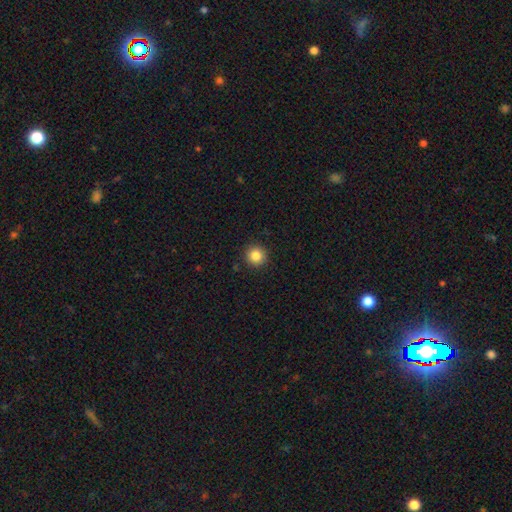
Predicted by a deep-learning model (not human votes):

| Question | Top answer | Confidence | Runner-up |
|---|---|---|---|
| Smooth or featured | smooth | 84% | star or artifact (11%) |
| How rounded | round | 95% | in between (4%) |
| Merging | none | 92% | minor disturbance (5%) |